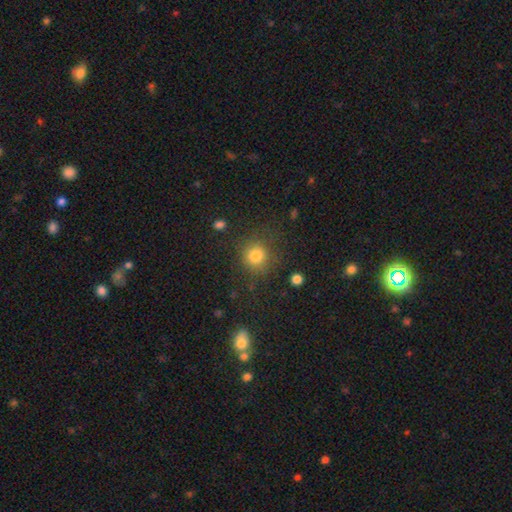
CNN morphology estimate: This appears to be a smooth galaxy with no disk features (81%) that is round (91%). Merging: none (81%).